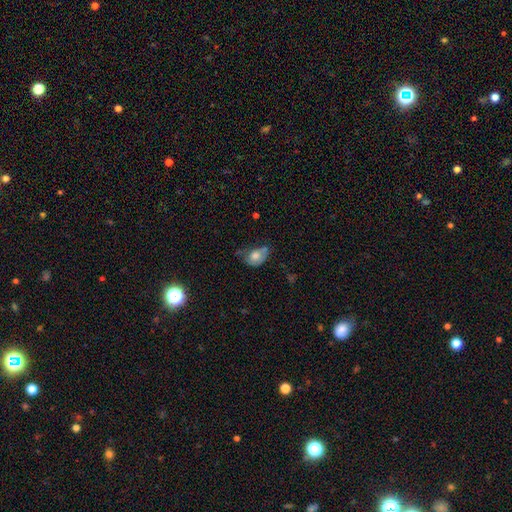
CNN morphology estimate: This appears to be a smooth galaxy with no disk features (68%) that is in between round and cigar-shaped (72%). Merging: minor disturbance (35%).